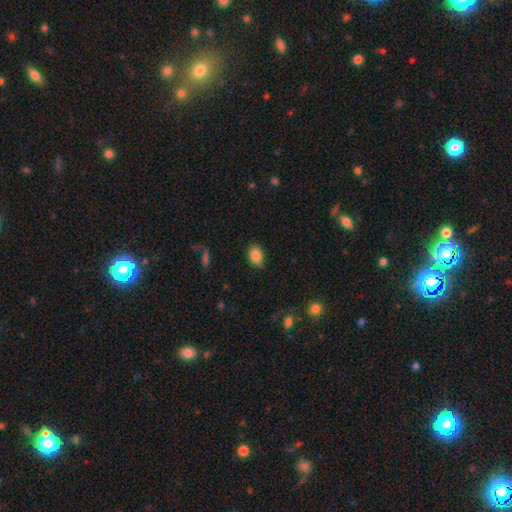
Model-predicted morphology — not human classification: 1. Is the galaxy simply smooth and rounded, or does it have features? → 85% smooth, 8% star or artifact, 6% featured or disk.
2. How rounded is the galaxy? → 83% in between, 16% round, 1% cigar-shaped.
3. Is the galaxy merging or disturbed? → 86% none, 10% minor disturbance, 2% major disturbance, 1% merger.